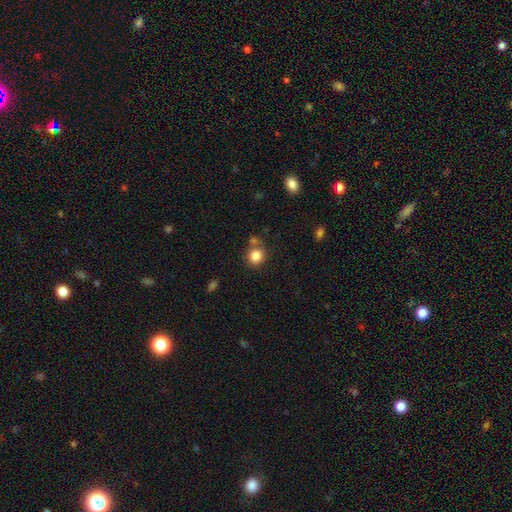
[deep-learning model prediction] A smooth galaxy with no disk features (84%) that is round (87%). Merging: none (69%).